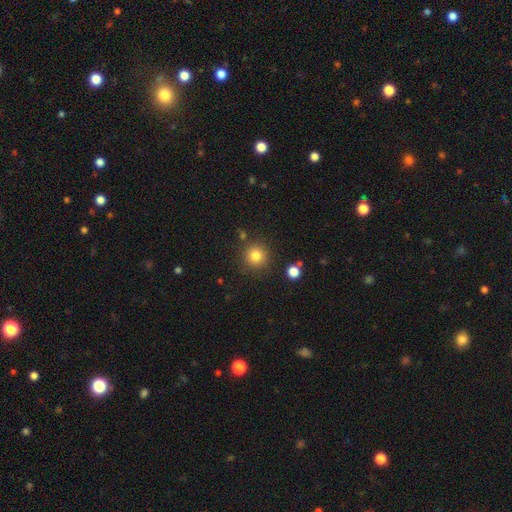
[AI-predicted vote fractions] smooth-or-featured: smooth: 82% | star or artifact: 12% | featured or disk: 6%
  how-rounded: round: 94% | in between: 5% | cigar-shaped: 1%
  merging: none: 86% | minor disturbance: 7% | merger: 4% | major disturbance: 3%